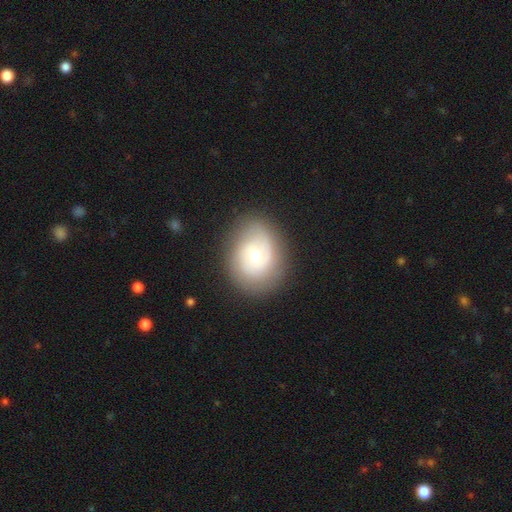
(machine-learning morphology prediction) A featured or disk galaxy (48%).

Vote fractions:
- Smooth or featured? featured or disk: 48% / smooth: 44% / star or artifact: 8%
- Merging? none: 79% / minor disturbance: 14% / major disturbance: 5% / merger: 1%